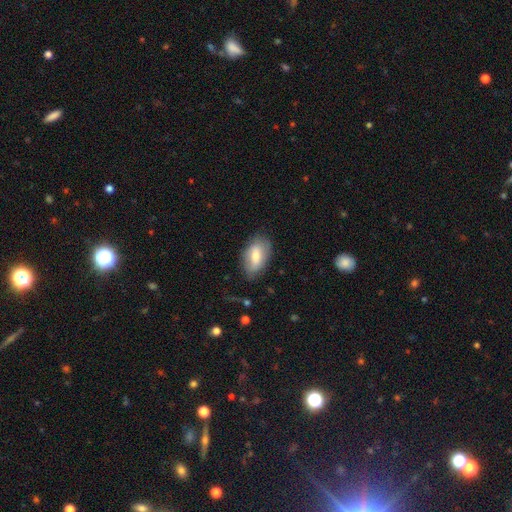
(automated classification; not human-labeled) Overall: smooth (67%). How rounded: in between (92%). Merging: none (75%).